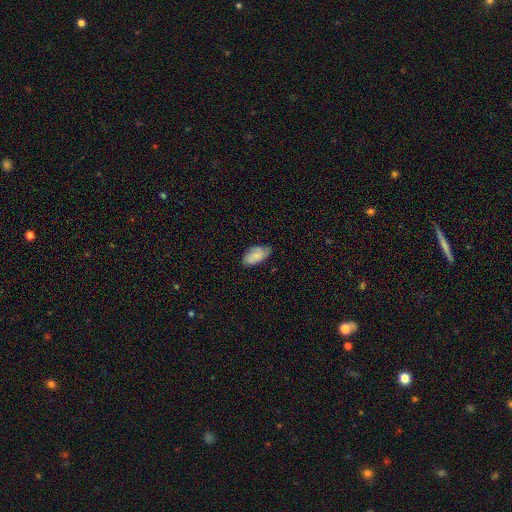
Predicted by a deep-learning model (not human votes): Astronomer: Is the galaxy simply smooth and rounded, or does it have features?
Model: smooth — 58% (runner-up: featured or disk, 35%).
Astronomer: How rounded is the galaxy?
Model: in between — 93%.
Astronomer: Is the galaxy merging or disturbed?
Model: none — 67%.